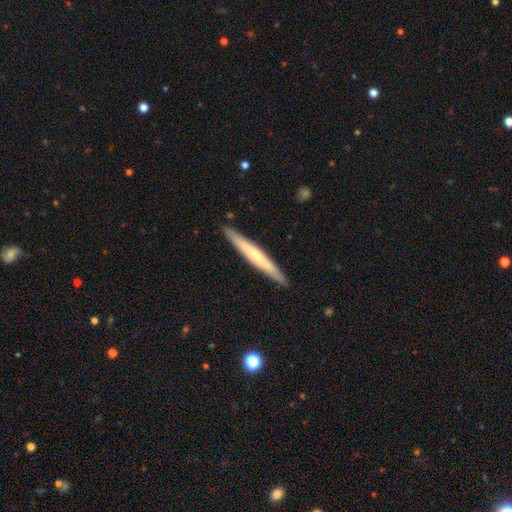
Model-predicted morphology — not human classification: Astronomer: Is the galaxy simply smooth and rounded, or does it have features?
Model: smooth — 55% (runner-up: featured or disk, 41%).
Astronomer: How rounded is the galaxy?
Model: cigar-shaped — 96%.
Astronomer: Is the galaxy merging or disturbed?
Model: none — 91%.